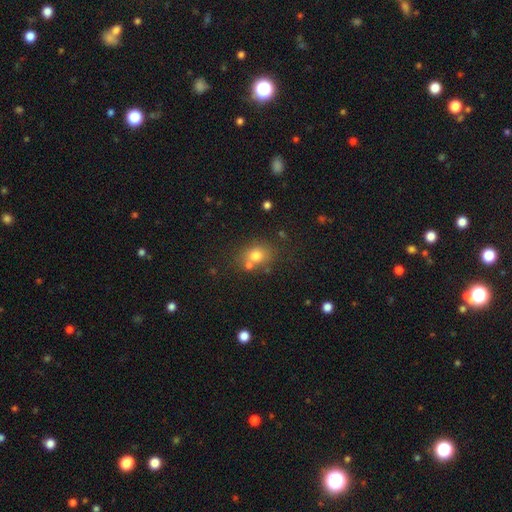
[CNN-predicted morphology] Smooth or featured? smooth (74%)
How rounded? round (55%)
Merging? none (62%)